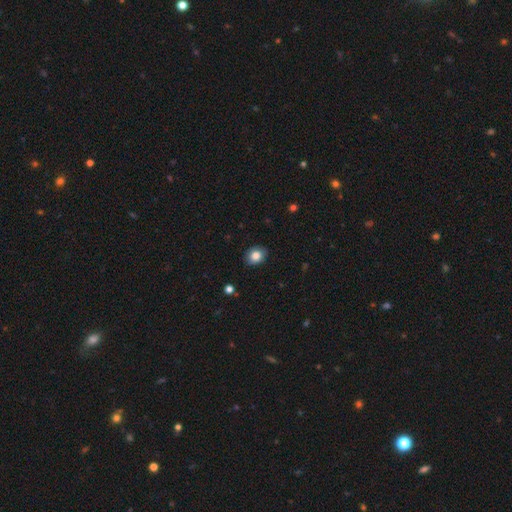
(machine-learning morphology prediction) Smooth or featured? Predicted: smooth (p=0.83). How rounded? Predicted: in between (p=0.50). Merging? Predicted: none (p=0.88).